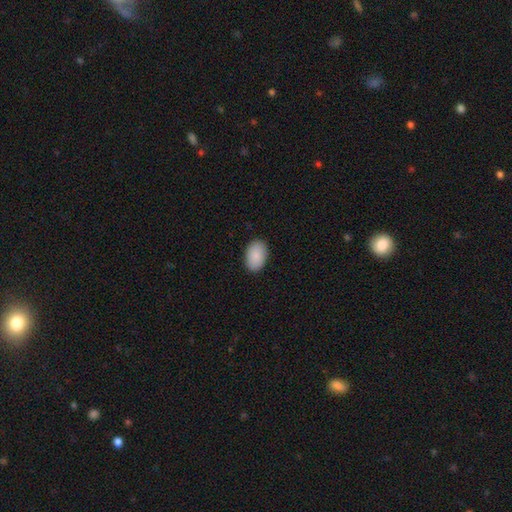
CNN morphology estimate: Overall: smooth (89%). How rounded: in between (90%). Merging: none (89%).